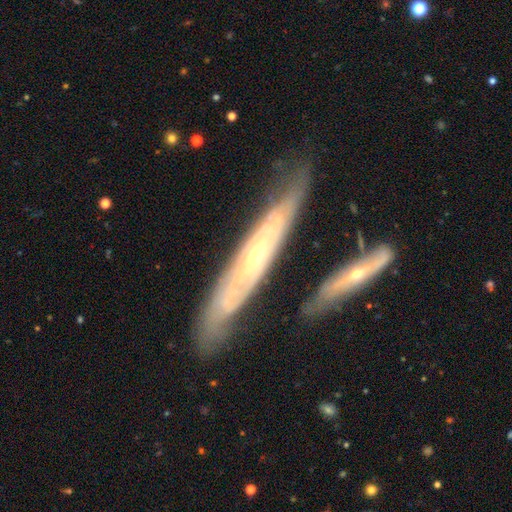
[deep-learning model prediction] Smooth or featured: featured or disk — 76% (smooth — 17%)
Edge-on disk: no — 53% (yes — 47%)
Merging: none — 73% (minor disturbance — 16%)